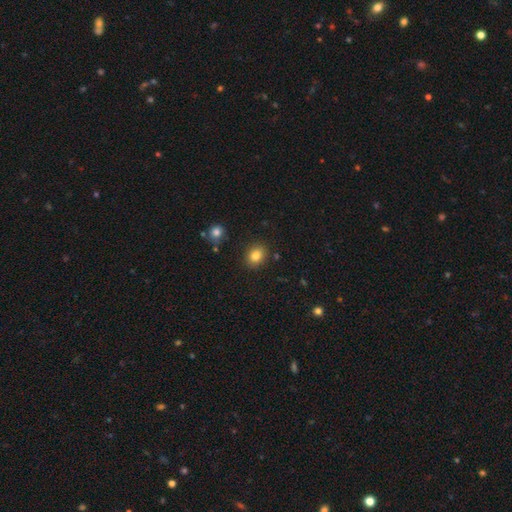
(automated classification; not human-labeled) Smooth or featured? Predicted: smooth (p=0.83). How rounded? Predicted: round (p=0.58). Merging? Predicted: none (p=0.87).